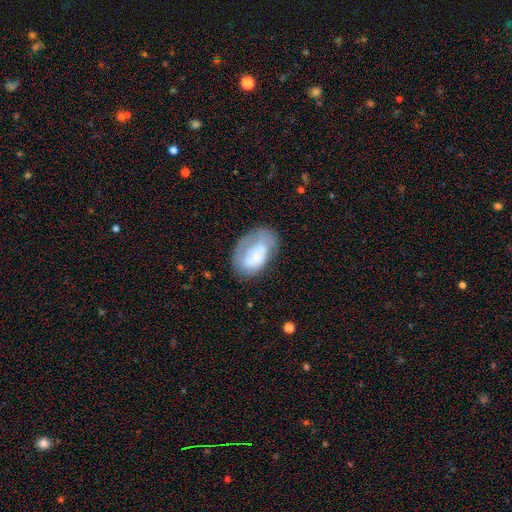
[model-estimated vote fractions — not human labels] Q: Smooth or featured?
A: smooth (50%); runner-up: featured or disk (42%)
Q: Merging?
A: none (48%); runner-up: minor disturbance (28%)